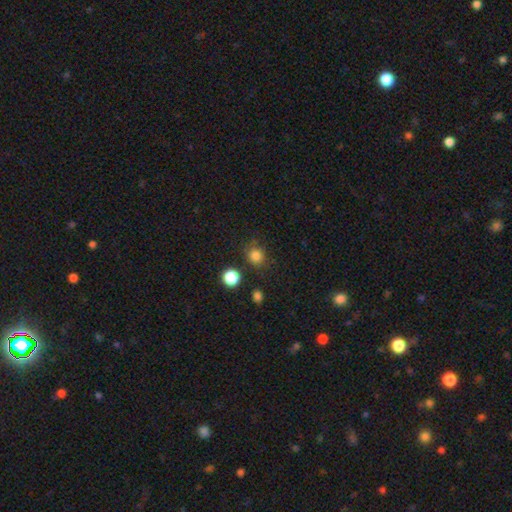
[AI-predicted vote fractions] smooth_or_featured: smooth (p=0.82) [alt: star or artifact p=0.13]
how_rounded: round (p=0.83) [alt: in between p=0.16]
merging: none (p=0.79) [alt: minor disturbance p=0.12]